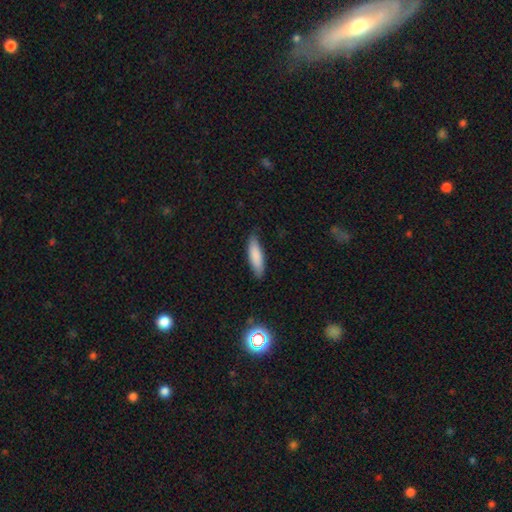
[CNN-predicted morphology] type=smooth (85%); roundness=cigar-shaped (60%); merging=none (82%).